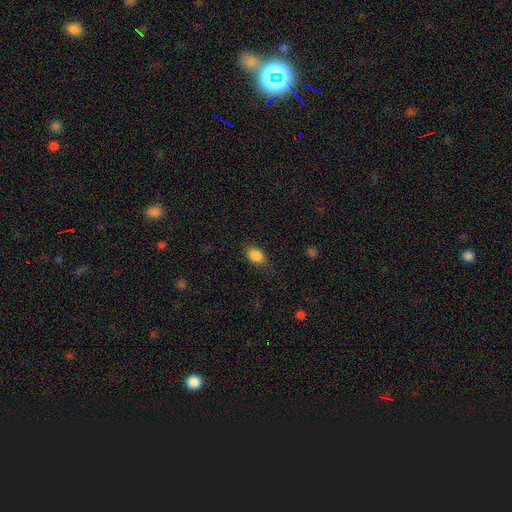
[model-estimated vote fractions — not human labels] Smooth or featured? smooth (87%)
How rounded? in between (82%)
Merging? none (80%)